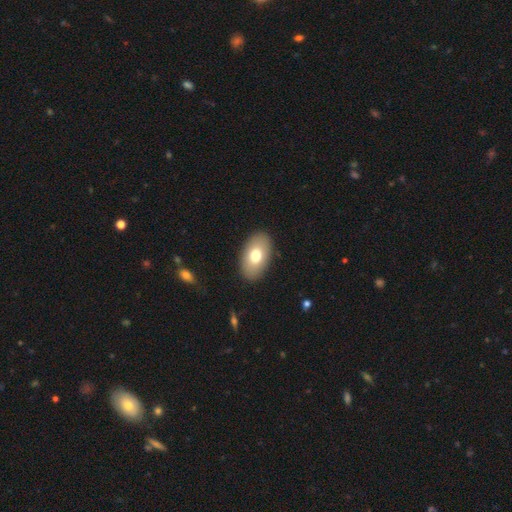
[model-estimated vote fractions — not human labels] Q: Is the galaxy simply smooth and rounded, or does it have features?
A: smooth — 74%.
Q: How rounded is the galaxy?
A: in between — 93%.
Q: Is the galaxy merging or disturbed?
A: none — 89%.